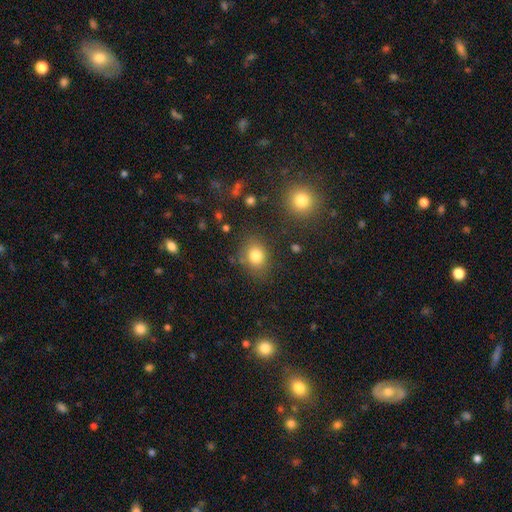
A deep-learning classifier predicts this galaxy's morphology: This appears to be a smooth galaxy with no disk features (80%) that is round (58%). Merging: none (79%).